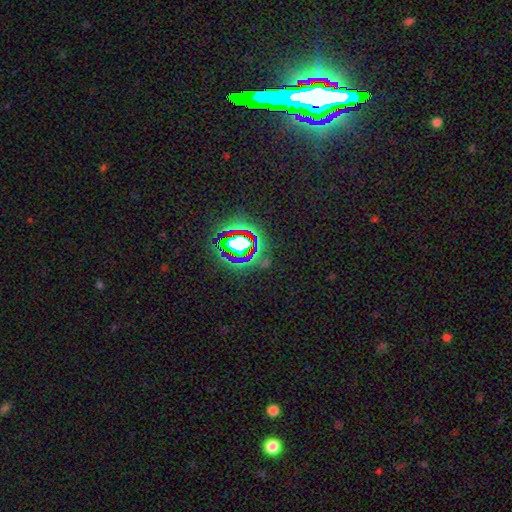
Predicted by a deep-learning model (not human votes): The model was most divided on "smooth or featured": star or artifact: 80%, smooth: 10%, featured or disk: 10%.